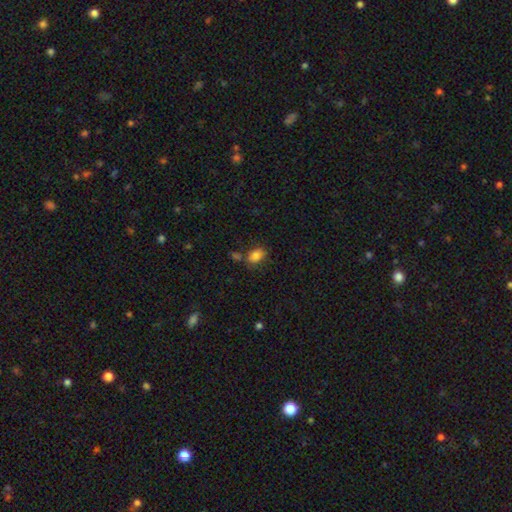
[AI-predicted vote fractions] This is clearly a smooth galaxy (83%). How rounded: clearly in between (81%). Merging: likely none (68%).